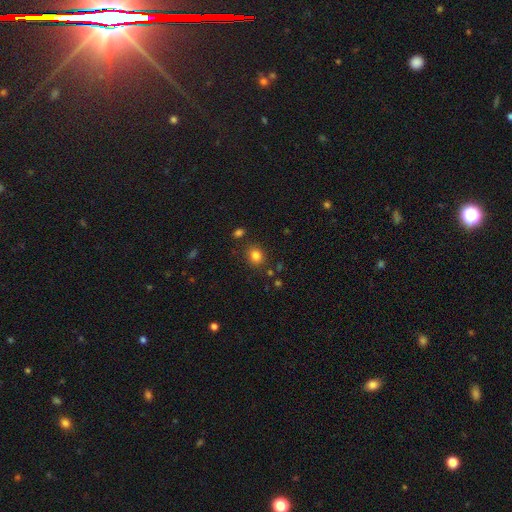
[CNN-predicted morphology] A smooth galaxy with no disk features (82%) that is round (66%).

Vote fractions:
- Smooth or featured? smooth: 82% / star or artifact: 13% / featured or disk: 6%
- How rounded? round: 66% / in between: 33% / cigar-shaped: 1%
- Merging? none: 83% / minor disturbance: 10% / merger: 4% / major disturbance: 3%